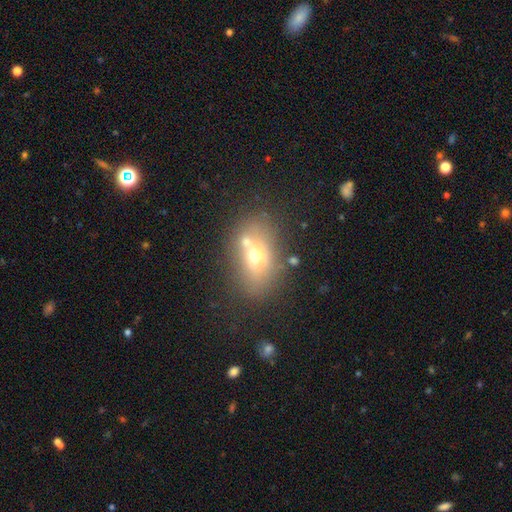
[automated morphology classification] type=smooth (60%); roundness=in between (68%); merging=none (55%).